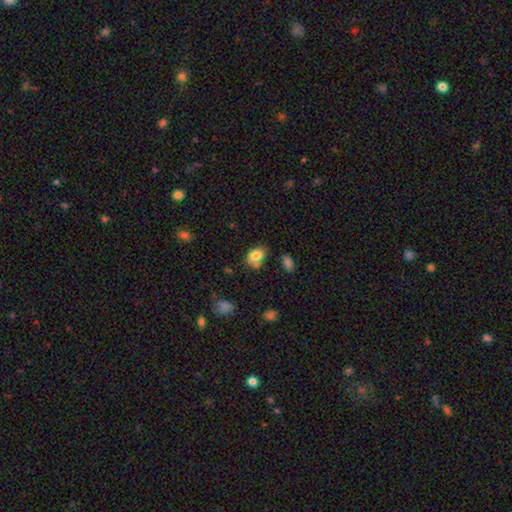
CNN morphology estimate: smooth 81%, featured or disk 10%, star or artifact 9%. Down the decision tree: how rounded — in between (74%); merging — none (62%).